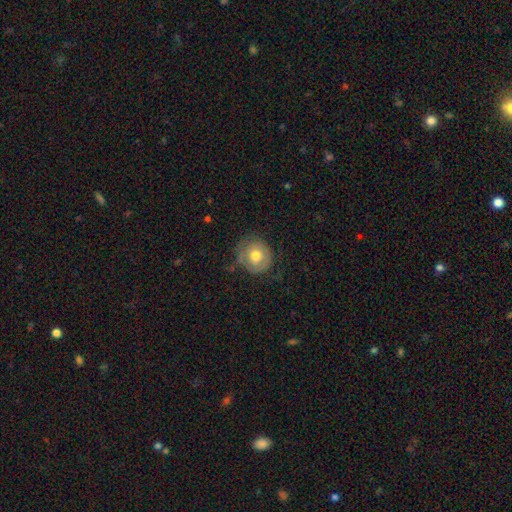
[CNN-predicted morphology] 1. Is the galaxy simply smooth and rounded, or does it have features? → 58% smooth, 35% featured or disk, 7% star or artifact.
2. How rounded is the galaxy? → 87% round, 12% in between, 1% cigar-shaped.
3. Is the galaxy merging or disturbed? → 64% none, 24% minor disturbance, 10% major disturbance, 2% merger.